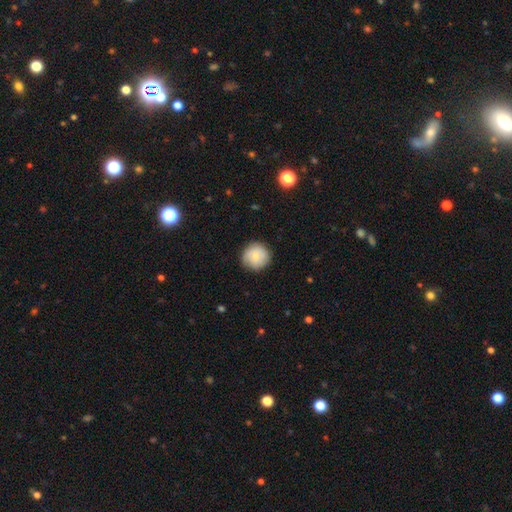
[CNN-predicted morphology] smooth-or-featured: smooth: 77% | featured or disk: 16% | star or artifact: 7%
  how-rounded: round: 94% | in between: 5% | cigar-shaped: 1%
  merging: none: 85% | minor disturbance: 11% | major disturbance: 2% | merger: 1%